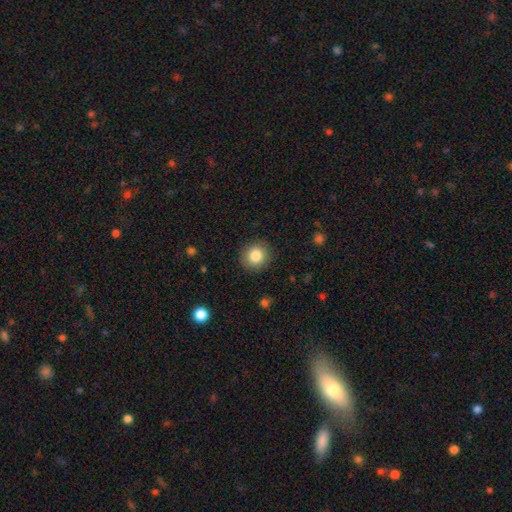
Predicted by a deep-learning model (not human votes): Smooth or featured?
  - smooth: 83% *
  - star or artifact: 9%
  - featured or disk: 7%
How rounded?
  - round: 89% *
  - in between: 10%
  - cigar-shaped: 1%
Merging?
  - none: 90% *
  - minor disturbance: 7%
  - major disturbance: 2%
  - merger: 1%